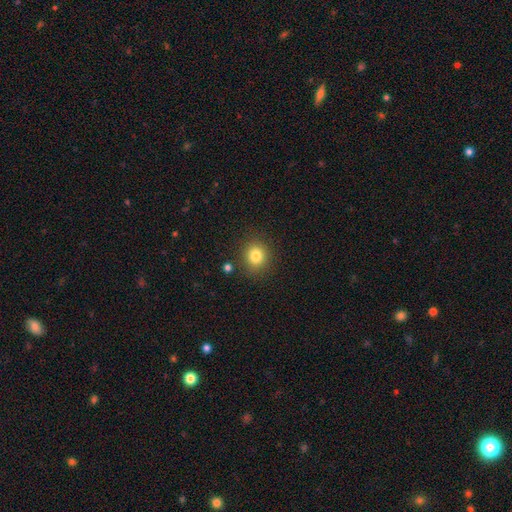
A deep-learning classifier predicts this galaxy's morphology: smooth_or_featured: smooth (p=0.81) [alt: star or artifact p=0.12]
how_rounded: round (p=0.81) [alt: in between p=0.18]
merging: none (p=0.86) [alt: minor disturbance p=0.08]